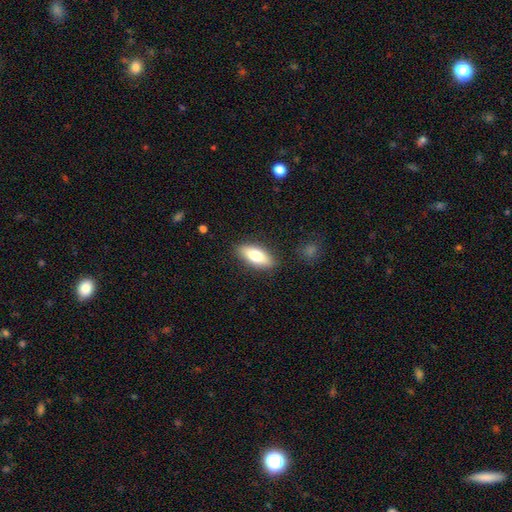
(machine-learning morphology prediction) Smooth or featured? smooth (74%)
How rounded? in between (77%)
Merging? none (87%)